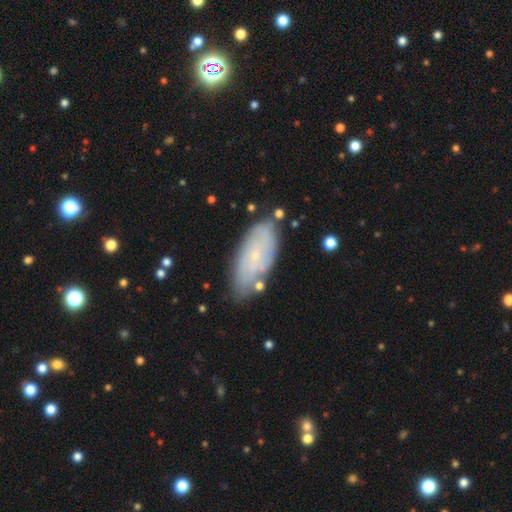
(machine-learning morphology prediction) Smooth or featured? Predicted: featured or disk (p=0.52). Edge-on disk? Predicted: no (p=0.88). Merging? Predicted: none (p=0.73).